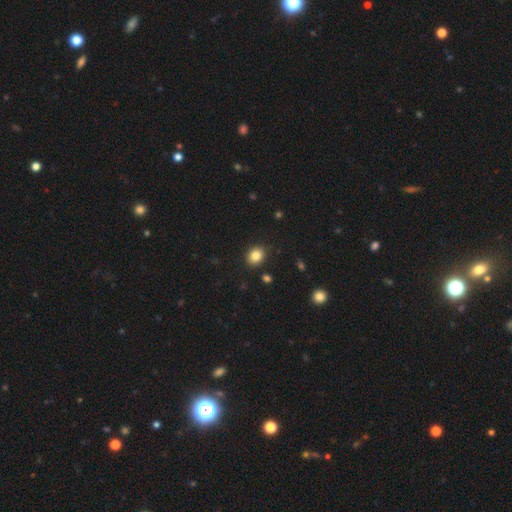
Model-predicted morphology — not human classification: The model was most divided on "how rounded": round: 60%, in between: 39%, cigar-shaped: 1%. More confident: merging — none (88%); smooth or featured — smooth (84%).